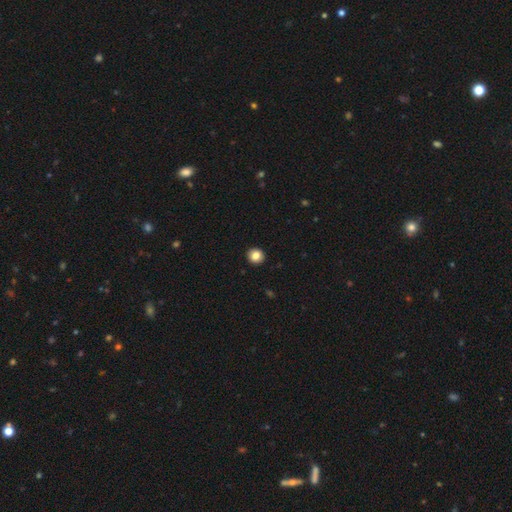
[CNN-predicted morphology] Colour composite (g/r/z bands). It shows a smooth galaxy with no disk features (84%) that is round (92%). Merging: none (93%).